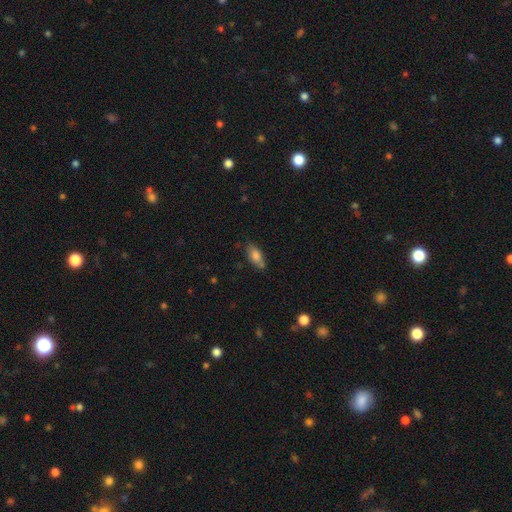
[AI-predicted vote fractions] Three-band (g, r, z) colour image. It shows a smooth galaxy with no disk features (79%) that is in between round and cigar-shaped (82%). Merging: none (68%).